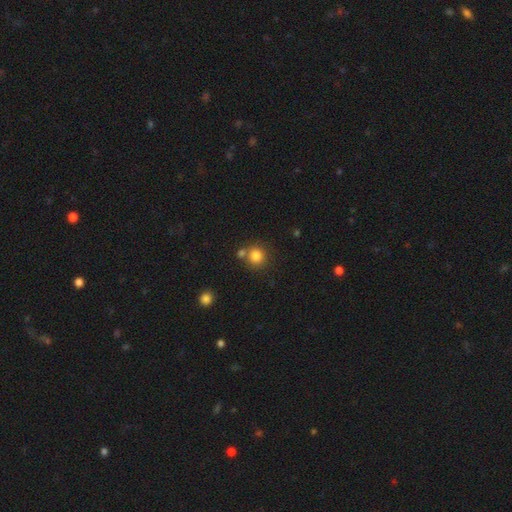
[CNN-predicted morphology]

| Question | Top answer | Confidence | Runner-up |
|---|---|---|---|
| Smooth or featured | smooth | 82% | star or artifact (12%) |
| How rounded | round | 90% | in between (9%) |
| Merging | none | 66% | merger (22%) |